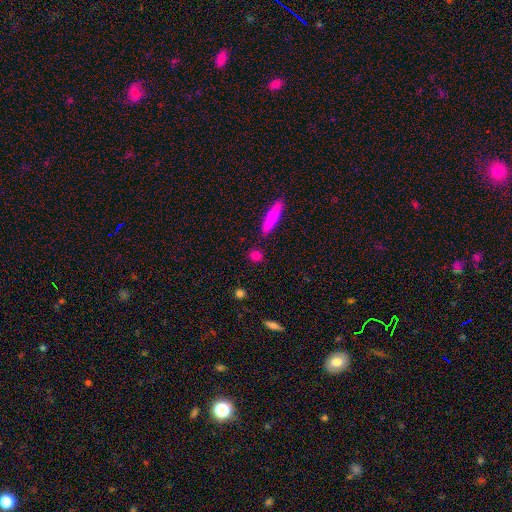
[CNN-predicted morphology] This appears to be a smooth galaxy with no disk features (82%) that is round (55%). Merging: none (84%).